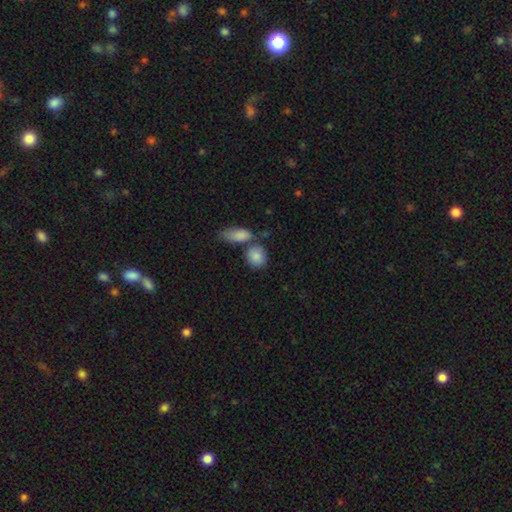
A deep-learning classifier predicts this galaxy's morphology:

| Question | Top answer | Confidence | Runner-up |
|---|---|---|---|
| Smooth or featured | smooth | 85% | featured or disk (8%) |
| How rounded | round | 52% | in between (44%) |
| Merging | none | 53% | merger (29%) |